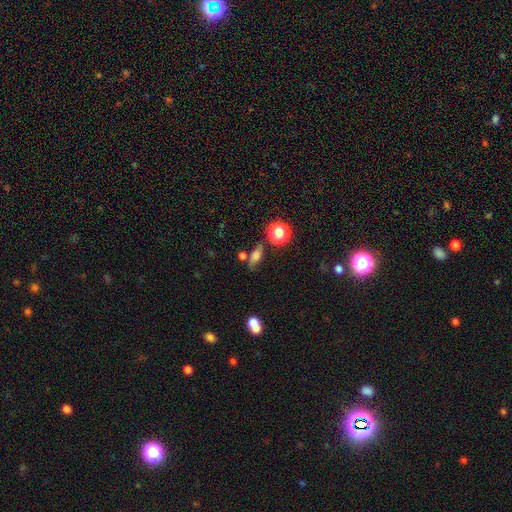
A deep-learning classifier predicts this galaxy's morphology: smooth-or-featured: smooth: 66% | featured or disk: 18% | star or artifact: 16%
  how-rounded: in between: 61% | cigar-shaped: 22% | round: 18%
  merging: none: 63% | minor disturbance: 19% | merger: 11% | major disturbance: 7%